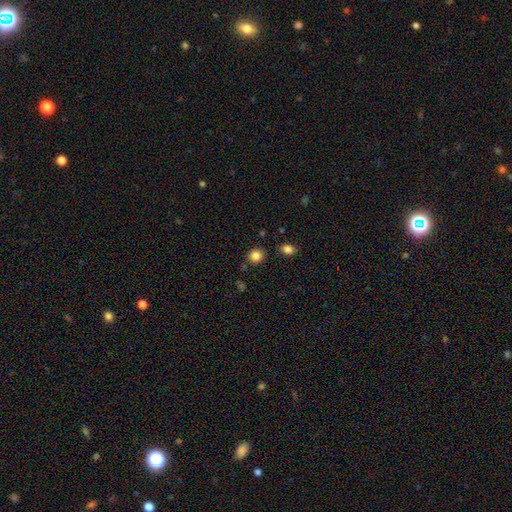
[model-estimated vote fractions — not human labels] Smooth or featured? Predicted: smooth (p=0.85). How rounded? Predicted: round (p=0.82). Merging? Predicted: none (p=0.84).